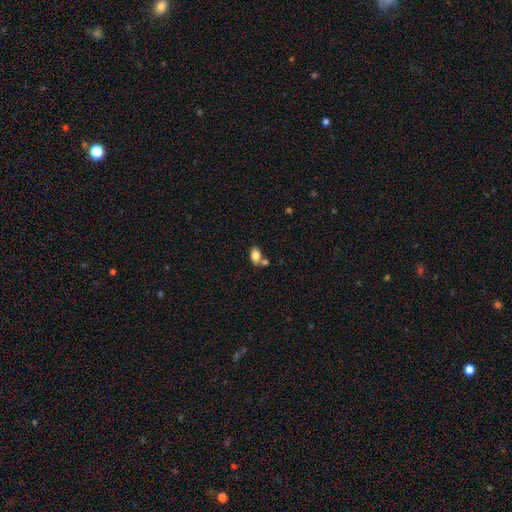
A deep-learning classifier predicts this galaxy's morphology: type=smooth (83%); roundness=in between (86%); merging=none (54%).